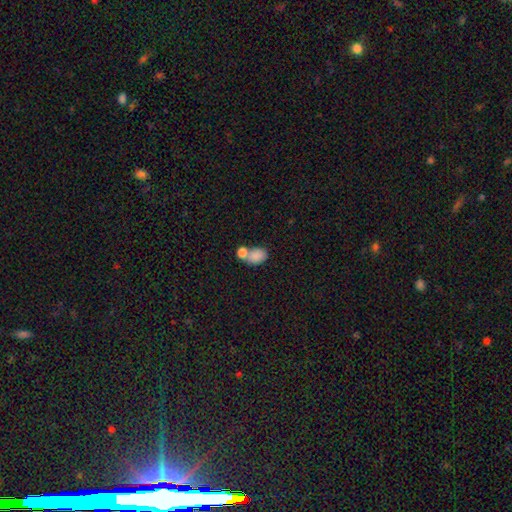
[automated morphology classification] Q: Smooth or featured?
A: smooth (84%); runner-up: featured or disk (8%)
Q: How rounded?
A: in between (79%); runner-up: round (19%)
Q: Merging?
A: merger (52%); runner-up: none (32%)